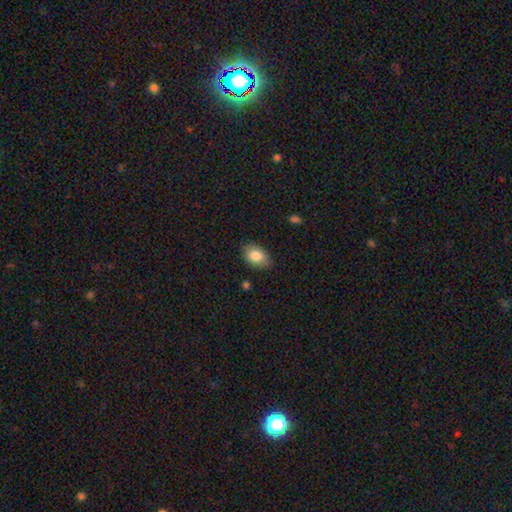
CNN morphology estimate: Smooth or featured: smooth — 83% (featured or disk — 9%)
How rounded: in between — 84% (round — 15%)
Merging: none — 80% (minor disturbance — 16%)